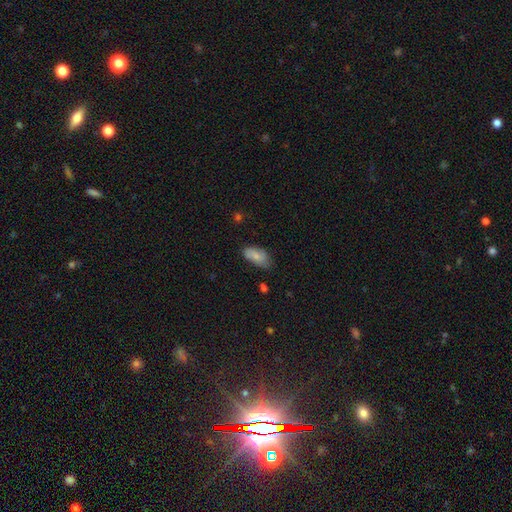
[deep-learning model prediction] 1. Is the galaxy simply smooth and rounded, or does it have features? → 66% smooth, 27% featured or disk, 7% star or artifact.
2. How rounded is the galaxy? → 92% in between, 4% cigar-shaped, 4% round.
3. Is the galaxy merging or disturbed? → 62% none, 30% minor disturbance, 6% major disturbance, 2% merger.